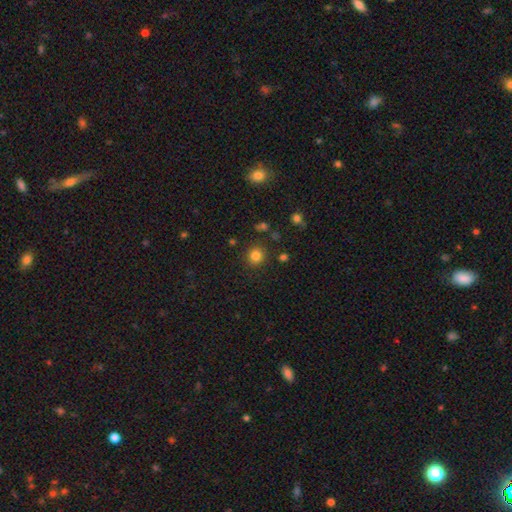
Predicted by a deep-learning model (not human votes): smooth_or_featured: smooth (p=0.82) [alt: star or artifact p=0.13]
how_rounded: round (p=0.90) [alt: in between p=0.09]
merging: none (p=0.88) [alt: minor disturbance p=0.07]